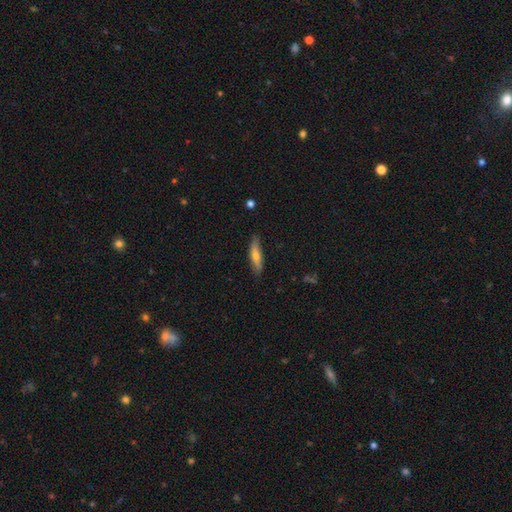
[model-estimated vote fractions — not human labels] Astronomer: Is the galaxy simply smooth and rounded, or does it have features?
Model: smooth — 56% (runner-up: featured or disk, 38%).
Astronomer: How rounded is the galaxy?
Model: cigar-shaped — 76%.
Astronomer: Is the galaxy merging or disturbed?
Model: none — 84%.